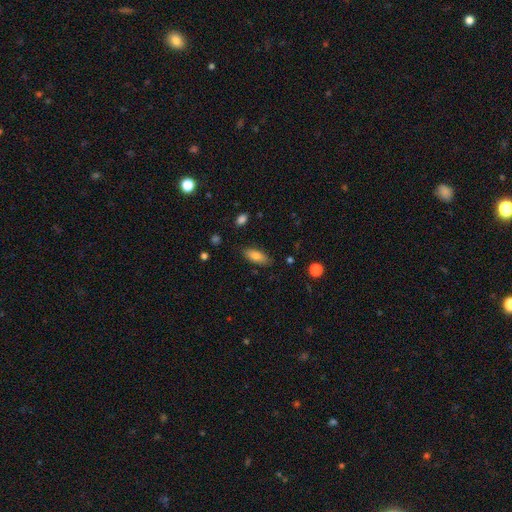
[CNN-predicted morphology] smooth 80%, featured or disk 12%, star or artifact 7%. Down the decision tree: how rounded — in between (78%); merging — none (84%).